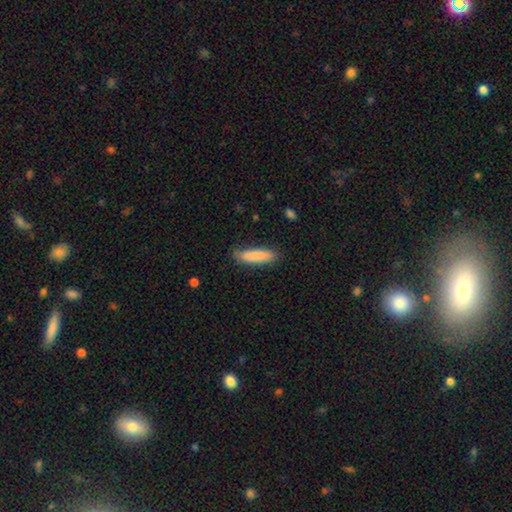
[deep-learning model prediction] A smooth galaxy with no disk features (86%) that is cigar-shaped (70%).

Vote fractions:
- Smooth or featured? smooth: 86% / featured or disk: 8% / star or artifact: 6%
- How rounded? cigar-shaped: 70% / in between: 28% / round: 1%
- Merging? none: 80% / minor disturbance: 16% / major disturbance: 3% / merger: 1%